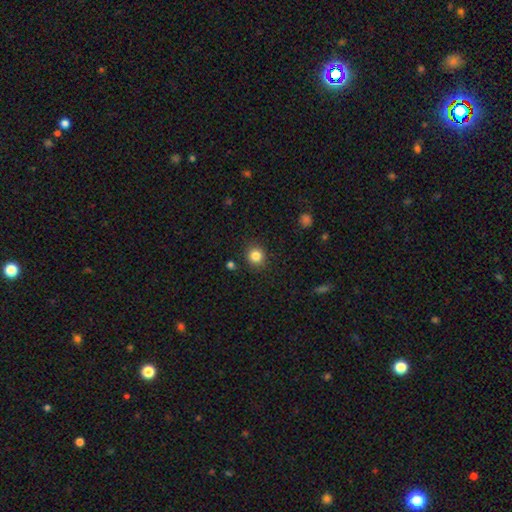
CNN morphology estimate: This is clearly a smooth galaxy (84%). How rounded: clearly round (88%). Merging: clearly none (89%).